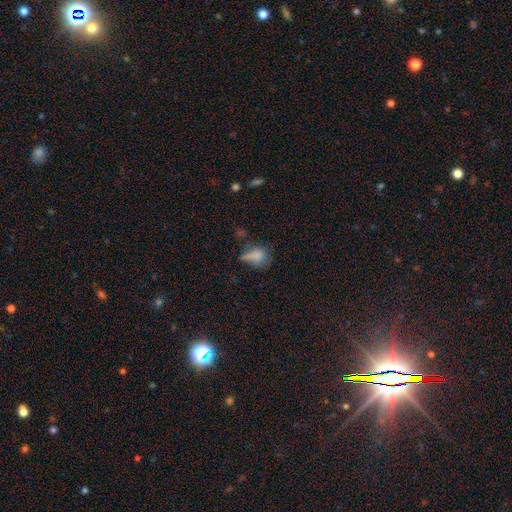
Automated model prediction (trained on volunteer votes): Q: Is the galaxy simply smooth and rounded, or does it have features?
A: smooth — 73%.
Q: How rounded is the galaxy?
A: in between — 62%.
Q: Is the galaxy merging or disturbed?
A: none — 34%.